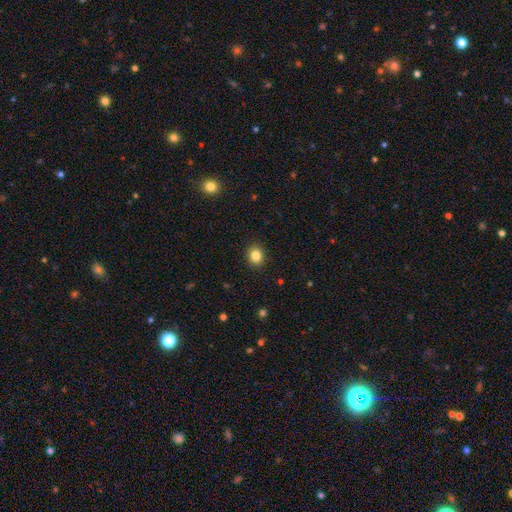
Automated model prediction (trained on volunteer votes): Smooth or featured: smooth — 84% (star or artifact — 11%)
How rounded: round — 67% (in between — 32%)
Merging: none — 91% (minor disturbance — 6%)